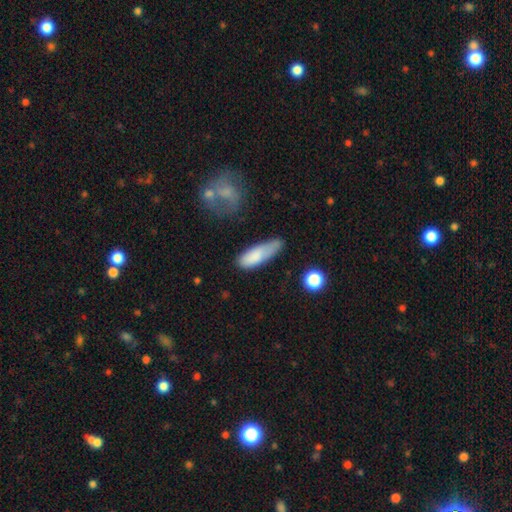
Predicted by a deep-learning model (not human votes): This appears to be a smooth galaxy with no disk features (81%) that is in between round and cigar-shaped (51%). Merging: none (45%).